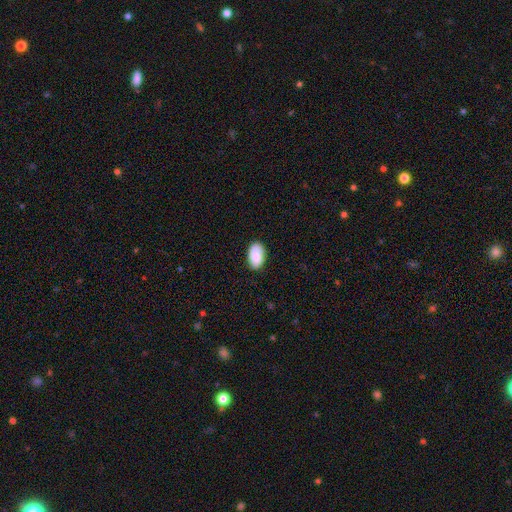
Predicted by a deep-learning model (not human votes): The model was most divided on "merging": none: 83%, minor disturbance: 13%, major disturbance: 2%, merger: 1%. More confident: how rounded — in between (94%); smooth or featured — smooth (86%).